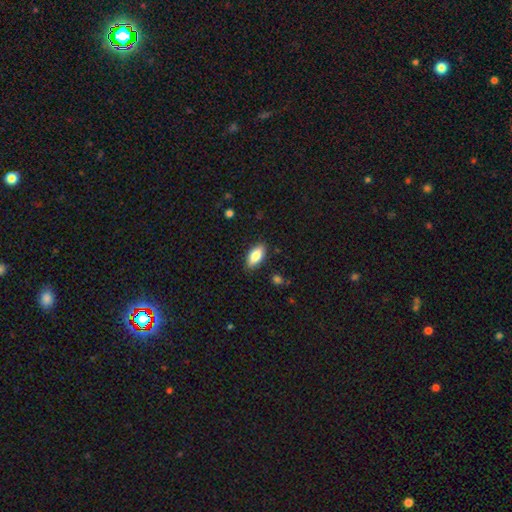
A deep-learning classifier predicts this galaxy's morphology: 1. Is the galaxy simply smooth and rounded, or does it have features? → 82% smooth, 11% featured or disk, 7% star or artifact.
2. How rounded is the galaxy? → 88% in between, 10% cigar-shaped, 3% round.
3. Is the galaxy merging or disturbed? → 87% none, 10% minor disturbance, 2% major disturbance, 1% merger.